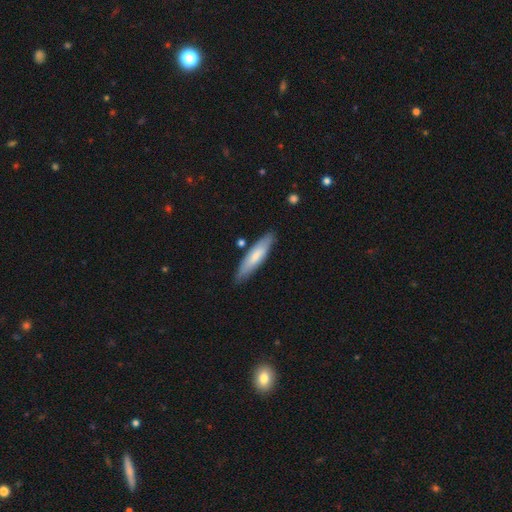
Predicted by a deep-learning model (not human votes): This is likely a smooth galaxy (71%). How rounded: likely cigar-shaped (72%). Merging: clearly none (84%).